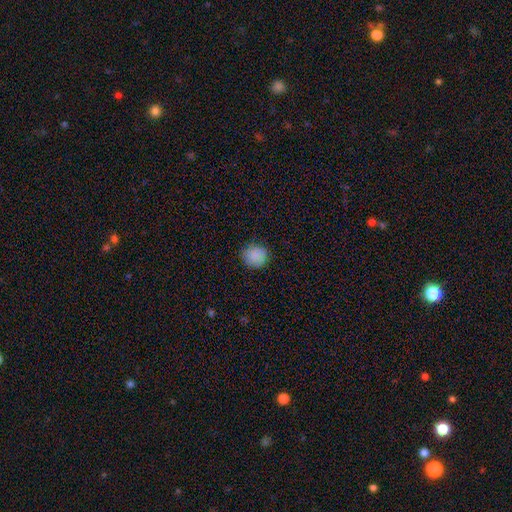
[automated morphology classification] type=smooth (87%); roundness=round (85%); merging=none (85%).